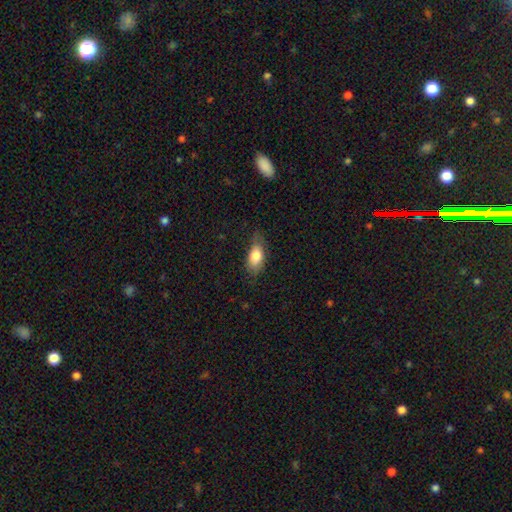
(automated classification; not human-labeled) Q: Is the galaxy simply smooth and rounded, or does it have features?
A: smooth — 79%.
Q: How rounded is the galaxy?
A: in between — 85%.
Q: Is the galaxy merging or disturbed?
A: none — 63%.